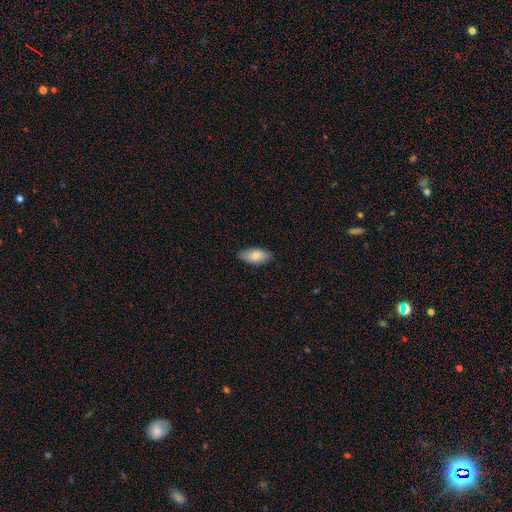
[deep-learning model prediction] smooth-or-featured: smooth: 82% | featured or disk: 12% | star or artifact: 6%
  how-rounded: in between: 90% | cigar-shaped: 7% | round: 2%
  merging: none: 86% | minor disturbance: 11% | major disturbance: 2% | merger: 1%